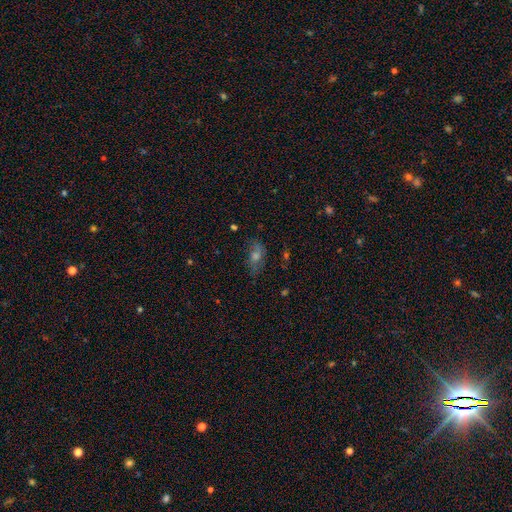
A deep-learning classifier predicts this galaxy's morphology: Overall: smooth (44%; featured or disk 35%). Merging: none (70%).